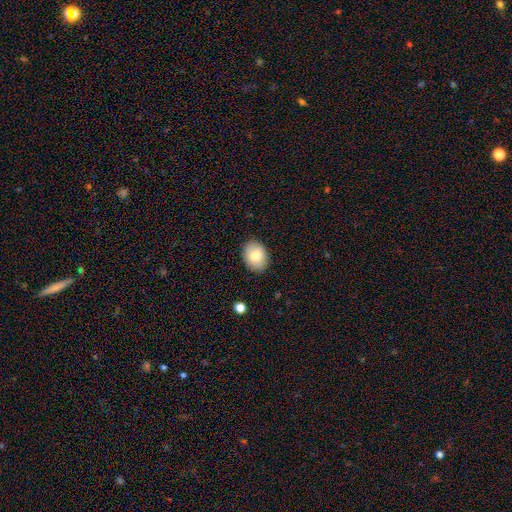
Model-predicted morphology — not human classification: The model was most divided on "how rounded": in between: 65%, round: 34%, cigar-shaped: 1%. More confident: merging — none (88%); smooth or featured — smooth (81%).